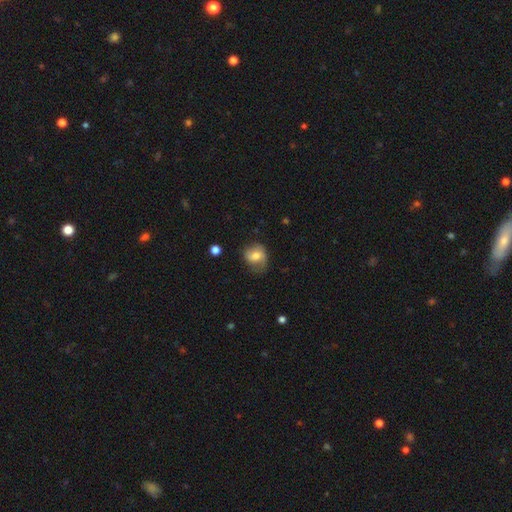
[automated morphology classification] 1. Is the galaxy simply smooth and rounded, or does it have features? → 57% smooth, 35% featured or disk, 8% star or artifact.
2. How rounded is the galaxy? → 64% round, 35% in between, 1% cigar-shaped.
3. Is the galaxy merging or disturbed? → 58% none, 29% minor disturbance, 12% major disturbance, 2% merger.